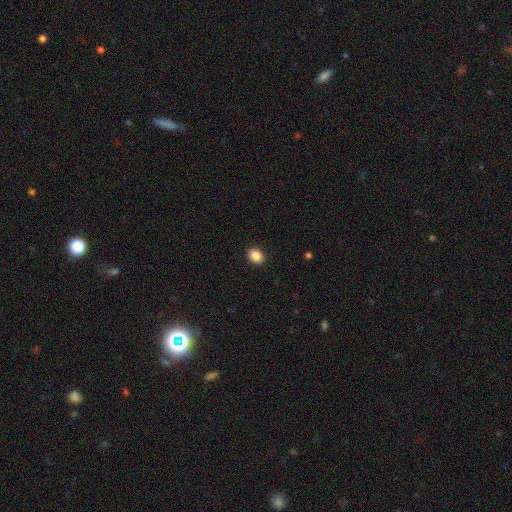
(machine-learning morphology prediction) Overall: smooth (88%). How rounded: round (50%; in between 49%). Merging: none (91%).